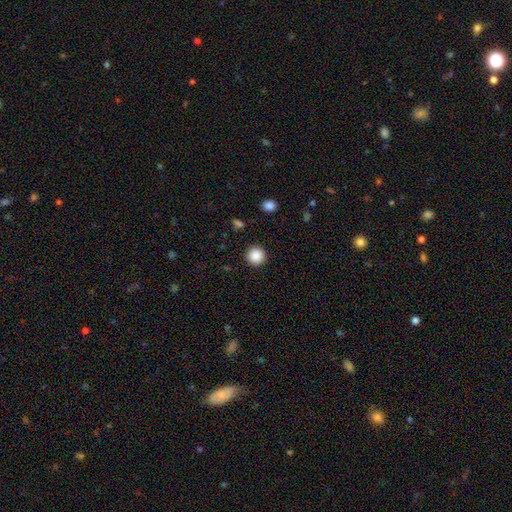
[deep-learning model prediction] Smooth or featured? smooth (87%)
How rounded? round (96%)
Merging? none (92%)